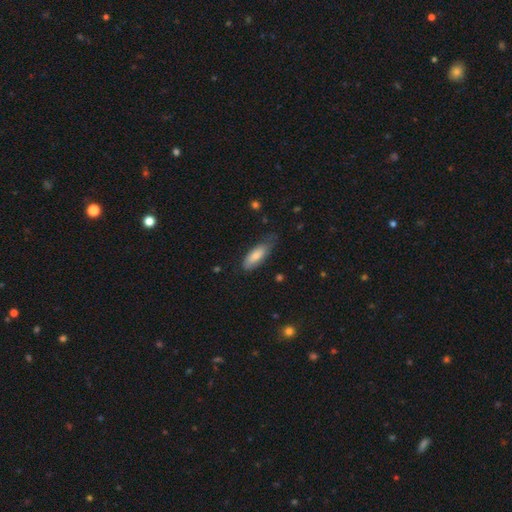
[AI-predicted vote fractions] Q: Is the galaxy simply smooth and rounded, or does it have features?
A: smooth — 79%.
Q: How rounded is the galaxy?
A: in between — 70%.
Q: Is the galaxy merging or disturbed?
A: none — 56%.